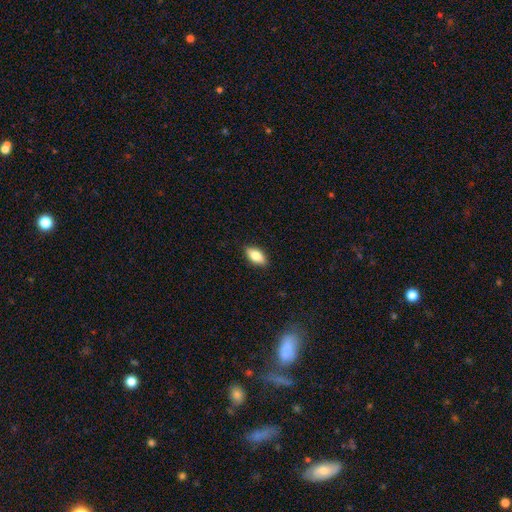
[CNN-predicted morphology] This appears to be a smooth galaxy with no disk features (81%) that is in between round and cigar-shaped (89%). Merging: none (89%).